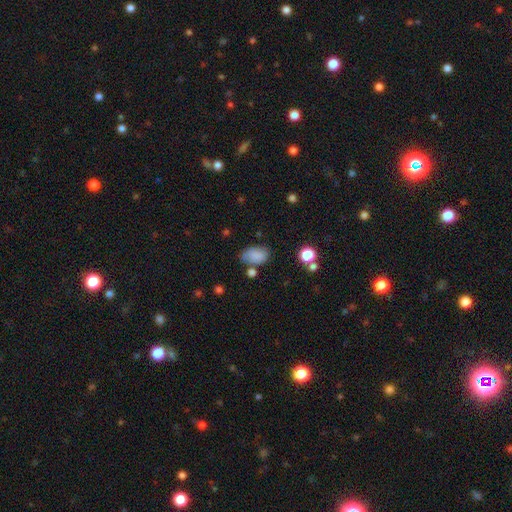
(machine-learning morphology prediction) This appears to be a smooth galaxy with no disk features (81%) that is in between round and cigar-shaped (86%). Merging: none (58%).